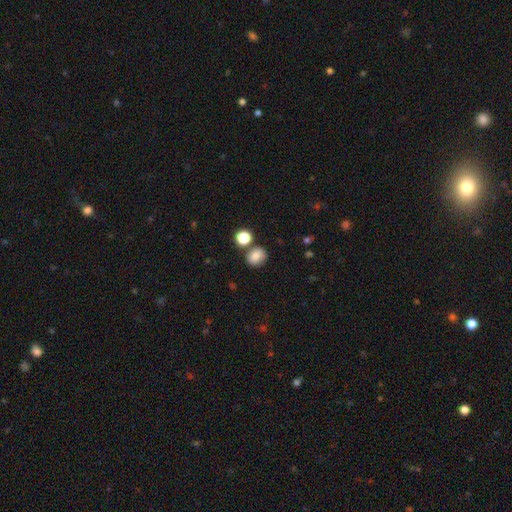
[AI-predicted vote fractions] Smooth or featured: smooth — 81% (star or artifact — 11%)
How rounded: round — 68% (in between — 31%)
Merging: none — 72% (merger — 13%)